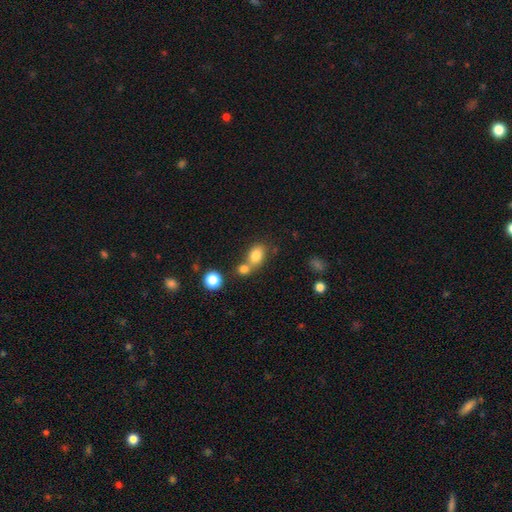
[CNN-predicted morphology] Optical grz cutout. It shows a smooth galaxy with no disk features (80%) that is in between round and cigar-shaped (68%). Merging: merger (44%).